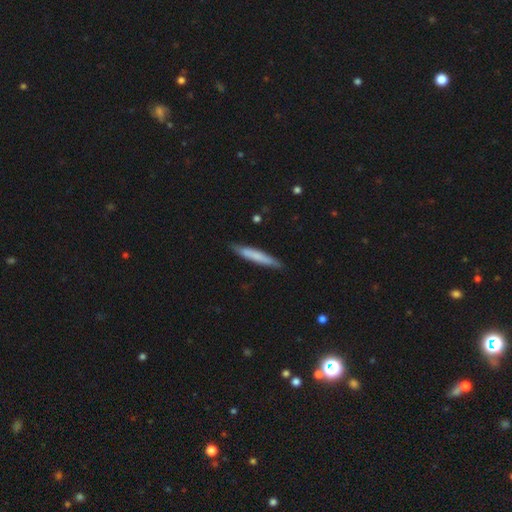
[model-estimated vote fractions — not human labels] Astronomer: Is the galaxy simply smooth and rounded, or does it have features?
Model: smooth — 70%.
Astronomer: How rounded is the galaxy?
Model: cigar-shaped — 94%.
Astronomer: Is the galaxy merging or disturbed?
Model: none — 86%.